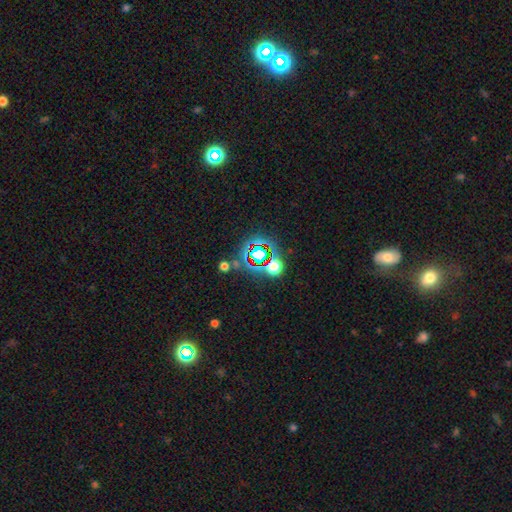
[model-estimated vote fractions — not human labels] Smooth or featured? star or artifact (68%)